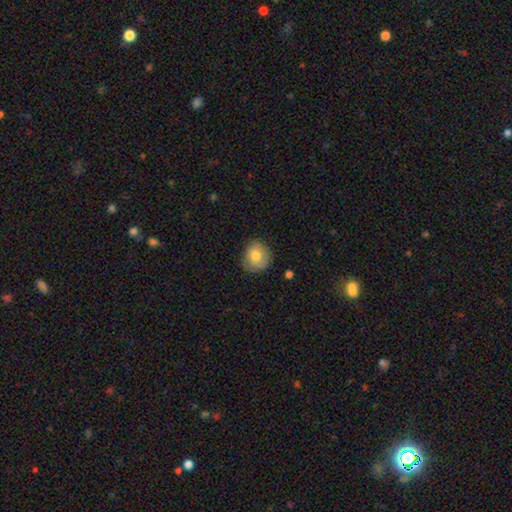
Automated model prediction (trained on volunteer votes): Smooth or featured?
  - smooth: 75% *
  - featured or disk: 17%
  - star or artifact: 8%
How rounded?
  - round: 82% *
  - in between: 17%
  - cigar-shaped: 1%
Merging?
  - none: 77% *
  - minor disturbance: 18%
  - major disturbance: 3%
  - merger: 1%